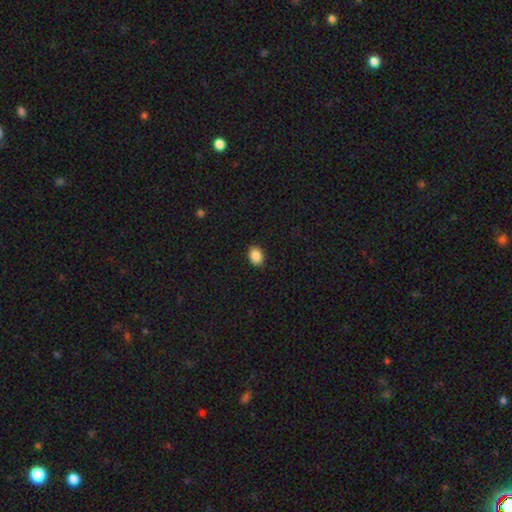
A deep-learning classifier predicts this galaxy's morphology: smooth-or-featured: smooth: 89% | star or artifact: 8% | featured or disk: 3%
  how-rounded: in between: 73% | round: 26% | cigar-shaped: 1%
  merging: none: 90% | minor disturbance: 7% | major disturbance: 2% | merger: 1%